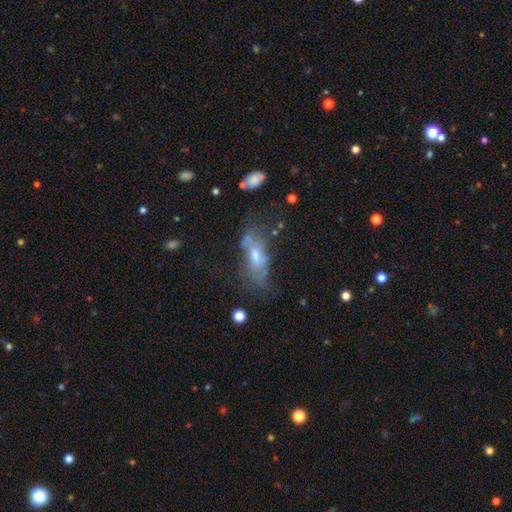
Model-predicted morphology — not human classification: type=featured or disk (48%); merging=none (41%).